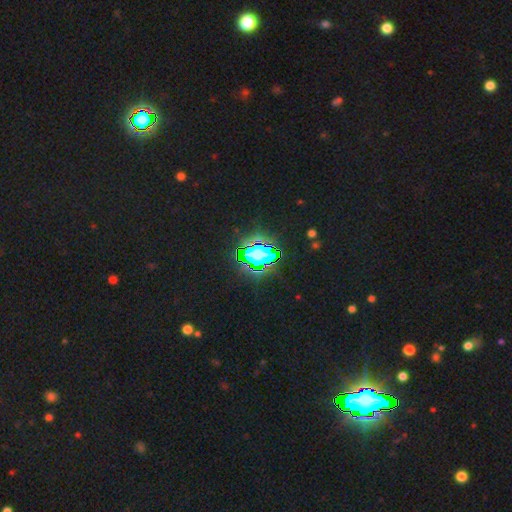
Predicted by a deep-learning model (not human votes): Overall: star or artifact (74%).